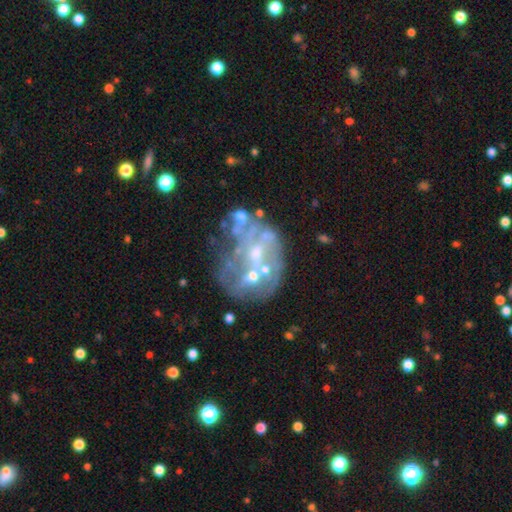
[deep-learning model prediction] The model was most divided on "merging": none: 37%, merger: 25%, major disturbance: 22%, minor disturbance: 15%. Remaining: edge-on disk — no (98%); bar — no (83%); spiral arms — no (79%); smooth or featured — featured or disk (68%); bulge size — small (43%).